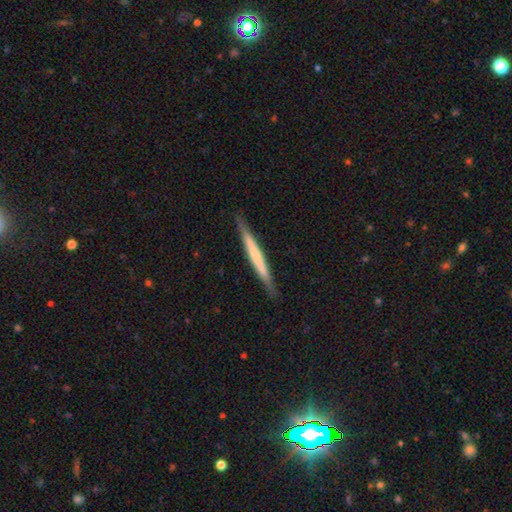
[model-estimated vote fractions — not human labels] Smooth or featured: featured or disk — 49% (smooth — 46%)
Merging: none — 89% (minor disturbance — 8%)